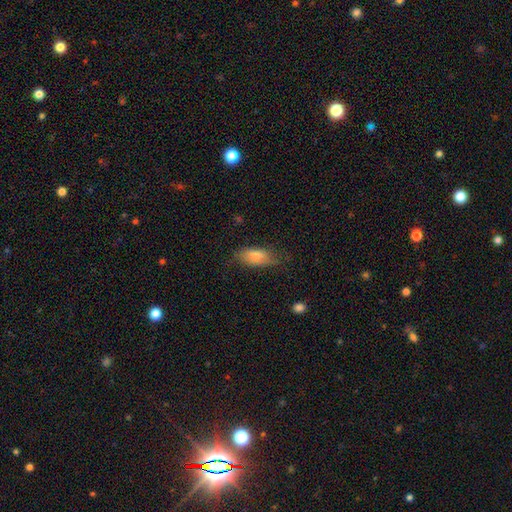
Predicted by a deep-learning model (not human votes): smooth-or-featured: smooth: 72% | featured or disk: 20% | star or artifact: 8%
  how-rounded: in between: 79% | cigar-shaped: 17% | round: 3%
  merging: none: 65% | minor disturbance: 25% | major disturbance: 8% | merger: 1%